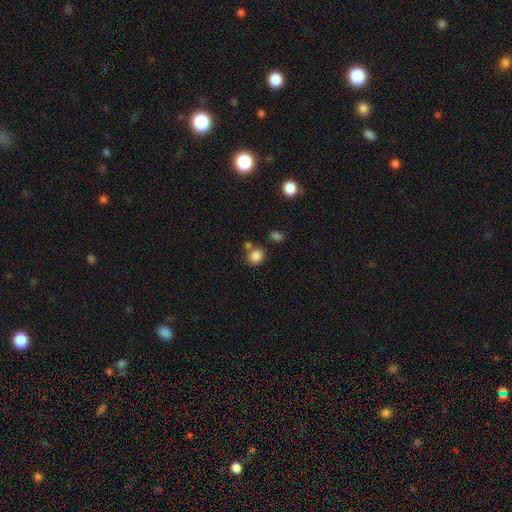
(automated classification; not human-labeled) Smooth or featured? Predicted: smooth (p=0.84). How rounded? Predicted: round (p=0.66). Merging? Predicted: none (p=0.64).